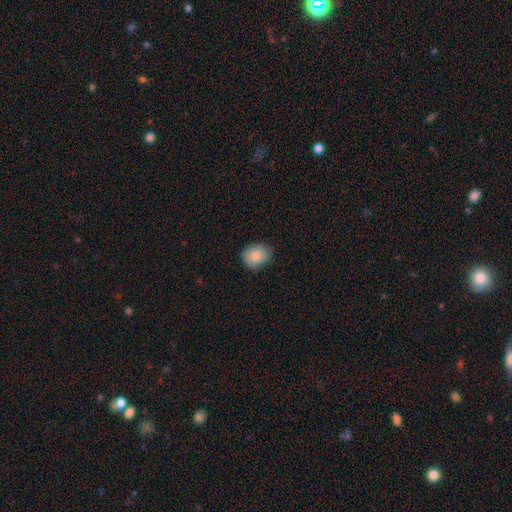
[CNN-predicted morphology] Q: Smooth or featured?
A: smooth (84%); runner-up: featured or disk (8%)
Q: How rounded?
A: round (55%); runner-up: in between (44%)
Q: Merging?
A: none (78%); runner-up: minor disturbance (18%)